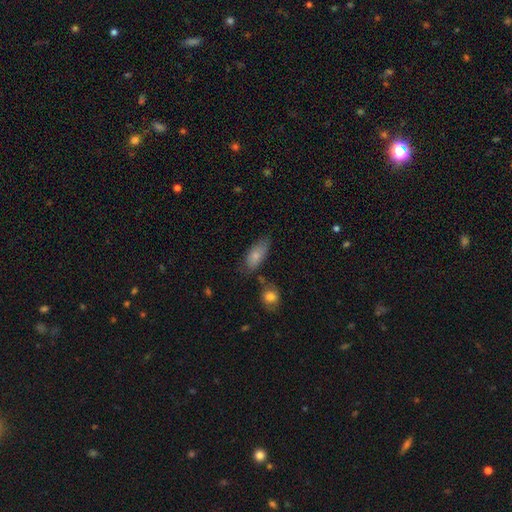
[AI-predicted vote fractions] Q: Smooth or featured?
A: smooth (78%); runner-up: featured or disk (16%)
Q: How rounded?
A: in between (86%); runner-up: cigar-shaped (11%)
Q: Merging?
A: none (60%); runner-up: minor disturbance (25%)